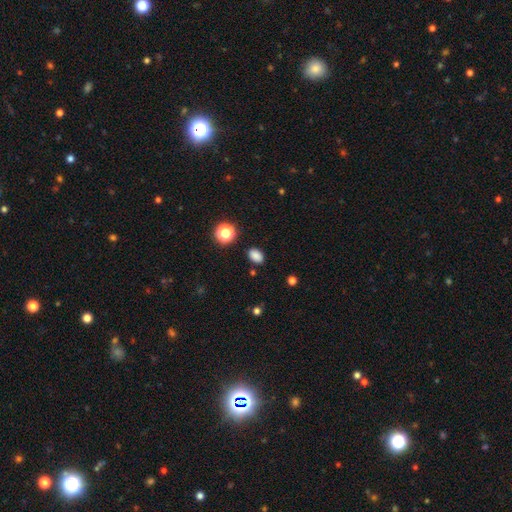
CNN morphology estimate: A smooth galaxy with no disk features (83%) that is in between round and cigar-shaped (79%). Merging: none (86%).